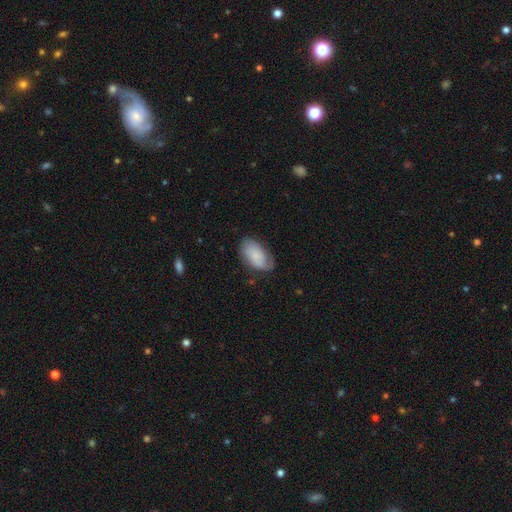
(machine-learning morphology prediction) type=smooth (69%); roundness=in between (94%); merging=none (65%).